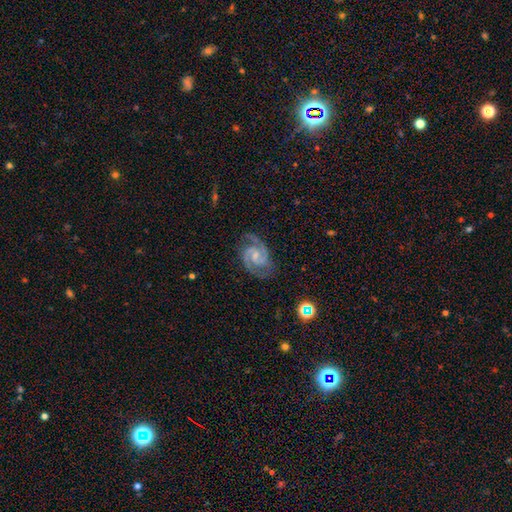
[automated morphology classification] A featured or disk galaxy (93%) with a weak bar (45%, tied with no), 2 (92%) medium (56%) spiral arms (99%) and a small central bulge (54%).

Vote fractions:
- Smooth or featured? featured or disk: 93% / star or artifact: 4% / smooth: 3%
- Edge-on disk? no: 98% / yes: 2%
- Bar? weak: 45% (tied) / no: 45% (tied) / strong: 10%
- Spiral arms? yes: 99% / no: 1%
- Spiral winding? medium: 56% / tight: 37% / loose: 7%
- Spiral arm count? 2: 92% / 3: 3% / can't tell: 2% / 1: 1% / 4: 1% / more than 4: 1%
- Bulge size? small: 54% / moderate: 29% / none: 14% / large: 1% / dominant: 1%
- Merging? none: 78% / minor disturbance: 16% / major disturbance: 5% / merger: 1%